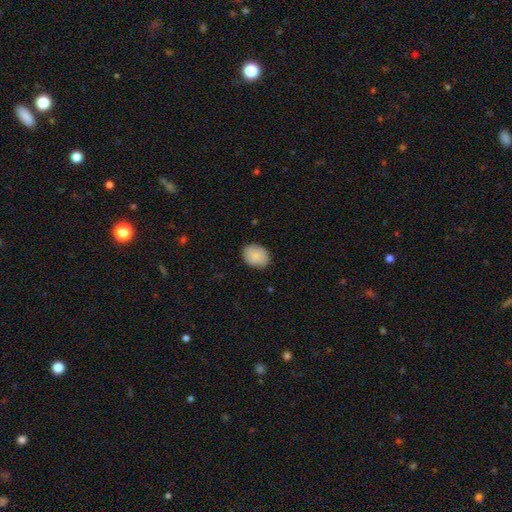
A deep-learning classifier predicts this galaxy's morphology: Smooth or featured? Predicted: smooth (p=0.86). How rounded? Predicted: in between (p=0.59). Merging? Predicted: none (p=0.86).